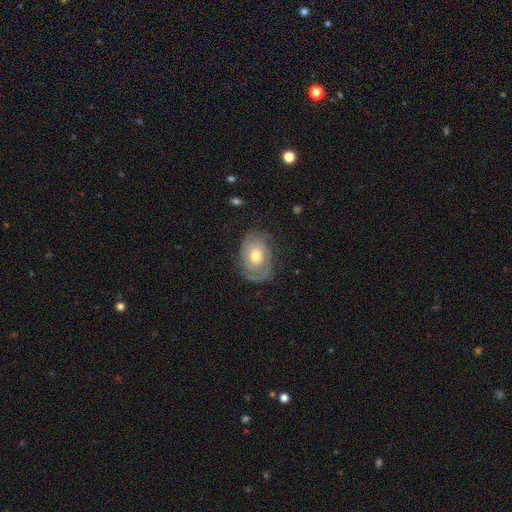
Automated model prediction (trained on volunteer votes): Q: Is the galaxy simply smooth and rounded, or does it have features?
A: featured or disk — 82%.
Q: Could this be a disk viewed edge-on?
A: no — 97%.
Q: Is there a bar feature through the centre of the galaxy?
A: no — 76%.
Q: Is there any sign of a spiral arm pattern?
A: yes — 94%.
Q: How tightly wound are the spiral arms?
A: tight — 64%.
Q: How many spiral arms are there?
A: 2 — 61%.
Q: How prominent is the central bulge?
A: moderate — 71%.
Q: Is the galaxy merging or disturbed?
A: none — 76%.